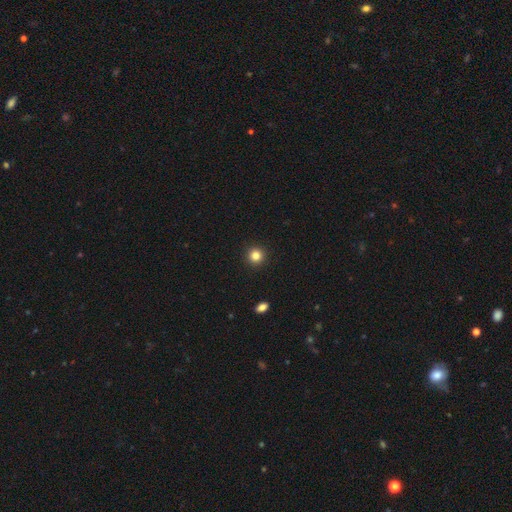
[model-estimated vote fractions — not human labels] A smooth galaxy with no disk features (83%) that is round (95%).

Vote fractions:
- Smooth or featured? smooth: 83% / star or artifact: 12% / featured or disk: 5%
- How rounded? round: 95% / in between: 4% / cigar-shaped: 1%
- Merging? none: 93% / minor disturbance: 4% / major disturbance: 2% / merger: 1%